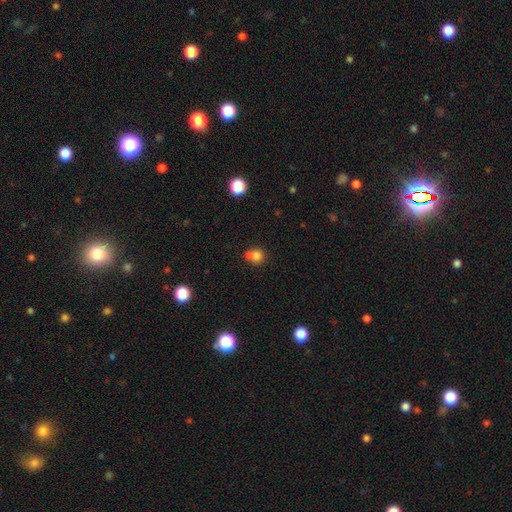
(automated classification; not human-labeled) Smooth or featured? Predicted: smooth (p=0.78). How rounded? Predicted: round (p=0.81). Merging? Predicted: none (p=0.49).